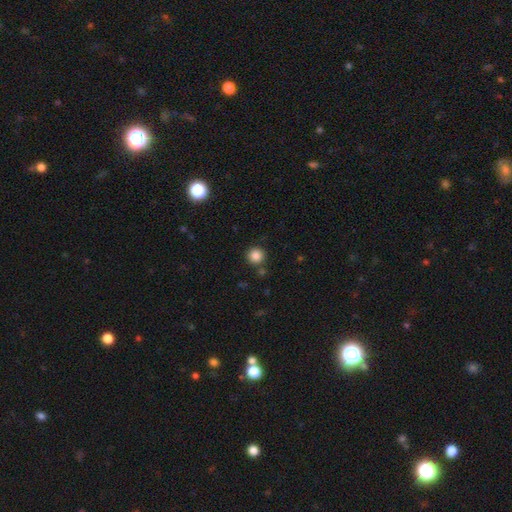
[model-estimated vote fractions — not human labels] Q: Smooth or featured?
A: smooth (86%); runner-up: star or artifact (11%)
Q: How rounded?
A: round (95%); runner-up: in between (4%)
Q: Merging?
A: none (86%); runner-up: minor disturbance (7%)